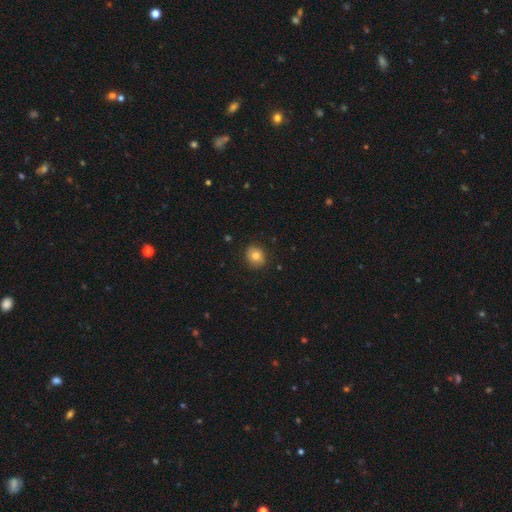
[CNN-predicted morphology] A smooth galaxy with no disk features (80%) that is round (66%).

Vote fractions:
- Smooth or featured? smooth: 80% / featured or disk: 11% / star or artifact: 10%
- How rounded? round: 66% / in between: 33% / cigar-shaped: 1%
- Merging? none: 86% / minor disturbance: 11% / major disturbance: 2% / merger: 1%